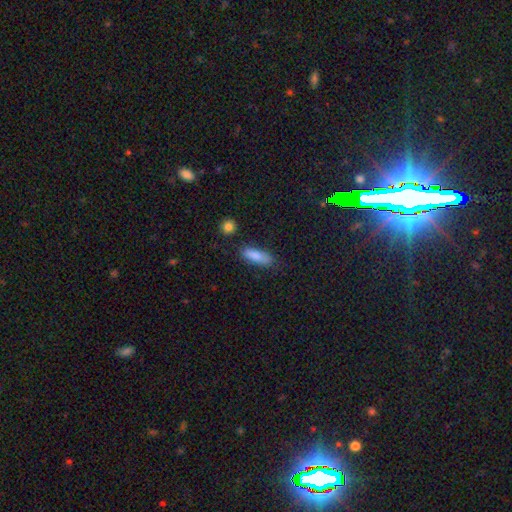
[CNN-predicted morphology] smooth 86%, featured or disk 7%, star or artifact 7%. Down the decision tree: how rounded — in between (56%); merging — none (78%).